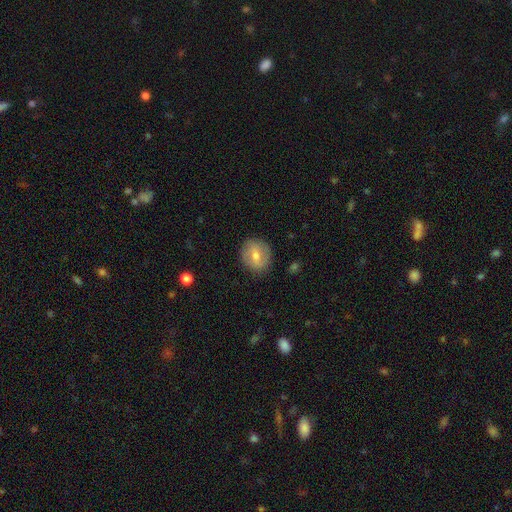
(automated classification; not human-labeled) Smooth or featured? Predicted: smooth (p=0.56). How rounded? Predicted: round (p=0.76). Merging? Predicted: none (p=0.85).